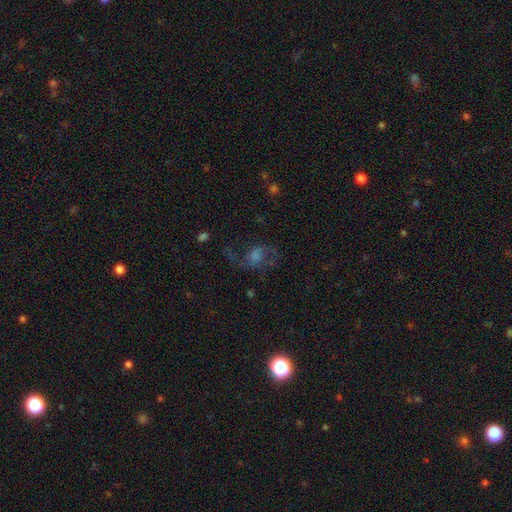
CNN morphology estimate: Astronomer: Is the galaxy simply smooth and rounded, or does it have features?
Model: featured or disk — 54%.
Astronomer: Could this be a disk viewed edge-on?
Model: no — 96%.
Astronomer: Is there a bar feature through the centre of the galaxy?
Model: no — 65%.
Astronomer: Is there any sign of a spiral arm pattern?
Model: yes — 80%.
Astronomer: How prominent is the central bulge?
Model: moderate — 34% (runner-up: small, 24%).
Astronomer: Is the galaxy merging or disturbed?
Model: none — 55%.